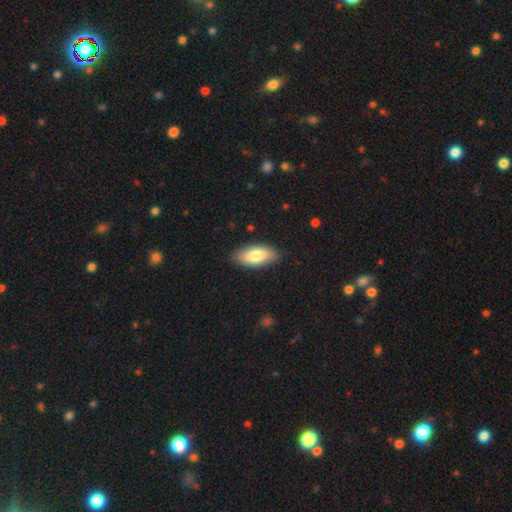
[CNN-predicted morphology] The model was most divided on "smooth or featured": smooth: 80%, featured or disk: 14%, star or artifact: 6%. More confident: how rounded — in between (87%); merging — none (85%).